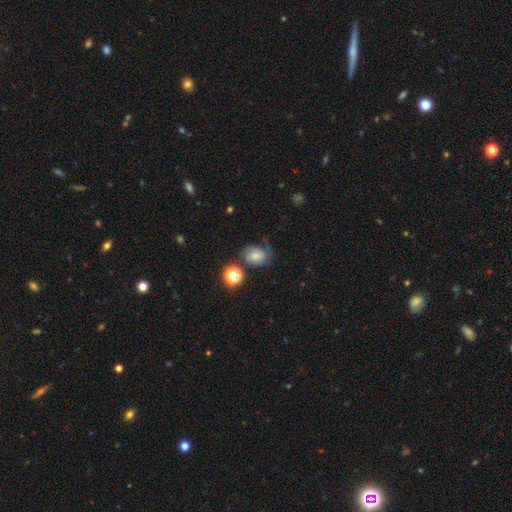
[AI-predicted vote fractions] Smooth or featured?
  - smooth: 54% *
  - featured or disk: 30%
  - star or artifact: 16%
How rounded?
  - in between: 57% *
  - round: 42%
  - cigar-shaped: 1%
Merging?
  - none: 50% *
  - minor disturbance: 26%
  - major disturbance: 16%
  - merger: 9%